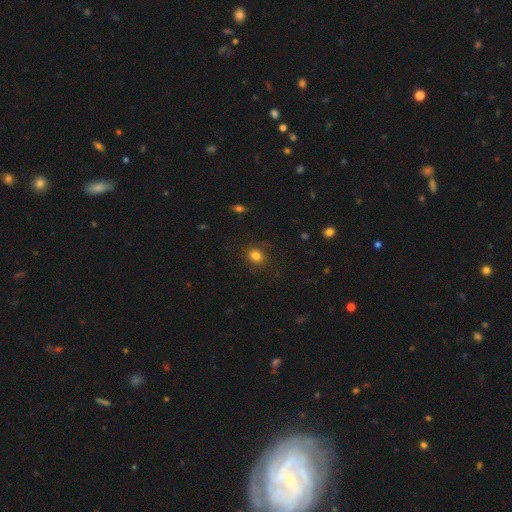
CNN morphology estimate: Smooth or featured?
  - smooth: 80% *
  - star or artifact: 12%
  - featured or disk: 8%
How rounded?
  - round: 59% *
  - in between: 40%
  - cigar-shaped: 1%
Merging?
  - none: 80% *
  - minor disturbance: 14%
  - major disturbance: 5%
  - merger: 1%